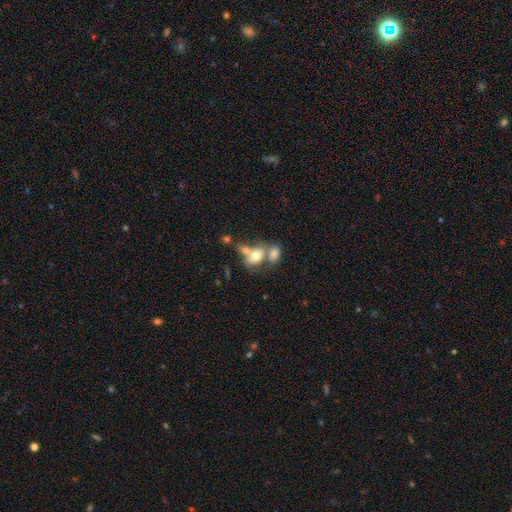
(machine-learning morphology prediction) A smooth galaxy with no disk features (67%) that is in between round and cigar-shaped (77%). Merging: merger (56%).